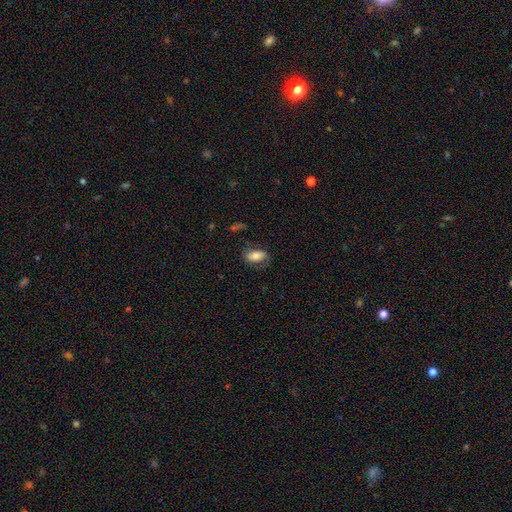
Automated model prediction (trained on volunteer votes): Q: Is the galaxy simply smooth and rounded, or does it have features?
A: smooth — 69%.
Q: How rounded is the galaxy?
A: in between — 91%.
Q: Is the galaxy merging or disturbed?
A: none — 66%.